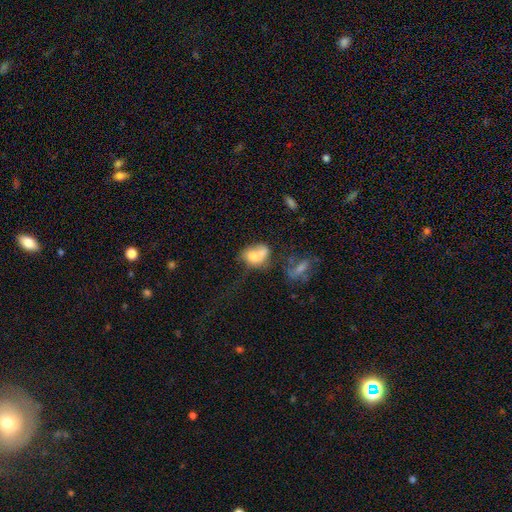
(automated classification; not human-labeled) Q: Smooth or featured?
A: smooth (67%); runner-up: featured or disk (23%)
Q: How rounded?
A: in between (60%); runner-up: round (38%)
Q: Merging?
A: merger (44%); runner-up: none (22%)